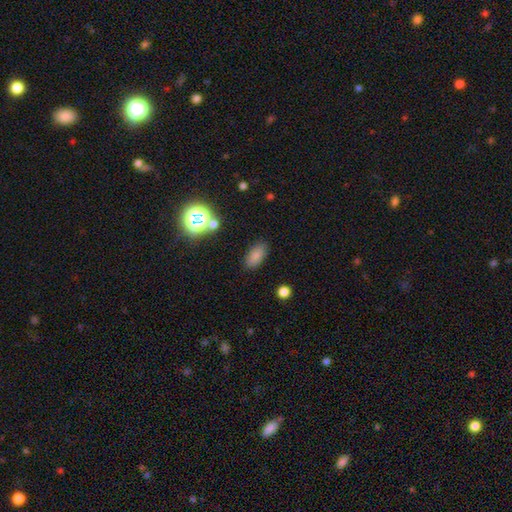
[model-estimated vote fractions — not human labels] The model was most divided on "smooth or featured": smooth: 80%, star or artifact: 13%, featured or disk: 7%. More confident: how rounded — in between (89%); merging — none (85%).